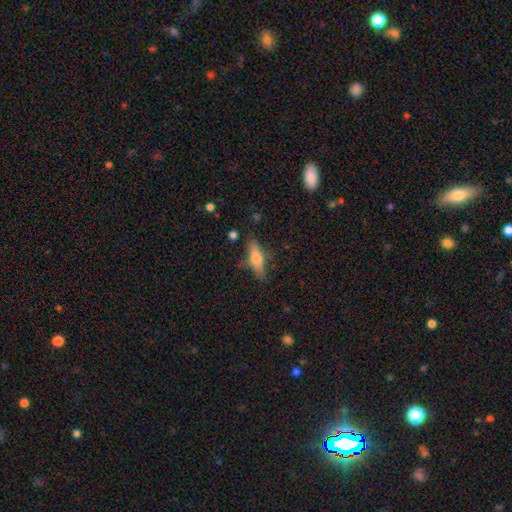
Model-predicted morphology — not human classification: type=featured or disk (49%); merging=none (82%).